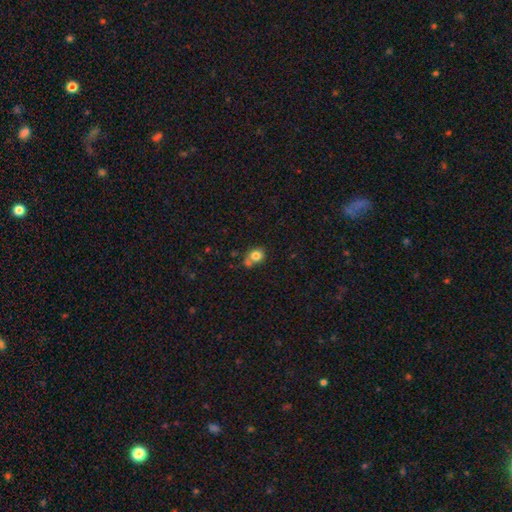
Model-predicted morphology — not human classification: smooth-or-featured: smooth: 80% | star or artifact: 11% | featured or disk: 9%
  how-rounded: round: 71% | in between: 28% | cigar-shaped: 1%
  merging: none: 51% | merger: 28% | minor disturbance: 16% | major disturbance: 5%